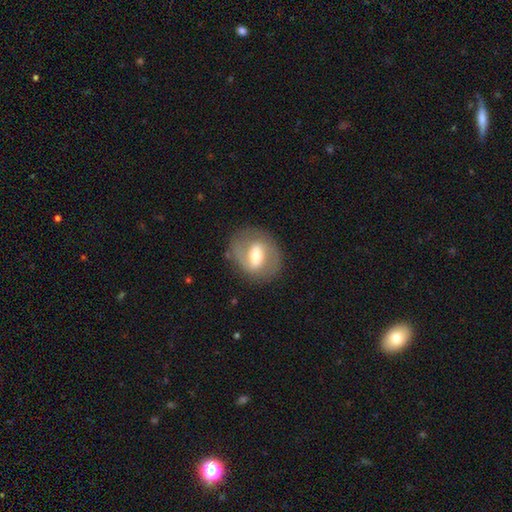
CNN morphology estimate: Smooth or featured?
  - featured or disk: 64% *
  - smooth: 29%
  - star or artifact: 6%
Edge-on disk?
  - no: 93% *
  - yes: 7%
Bar?
  - strong: 44% *
  - weak: 40%
  - no: 17%
Spiral arms?
  - yes: 61% *
  - no: 39%
Bulge size?
  - moderate: 63% *
  - small: 24%
  - large: 11%
  - dominant: 1%
  - none: 1%
Merging?
  - none: 79% *
  - minor disturbance: 13%
  - major disturbance: 7%
  - merger: 2%